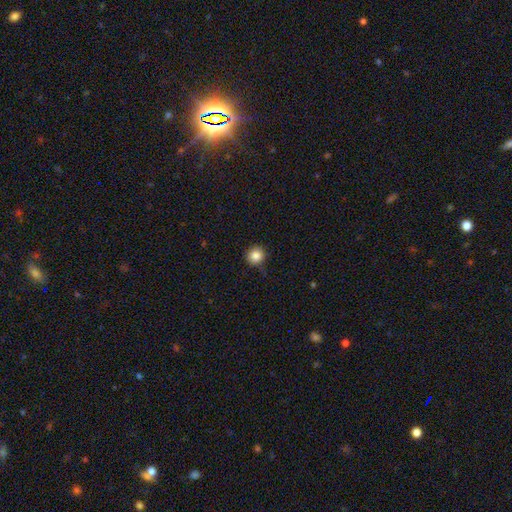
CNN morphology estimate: This is clearly a smooth galaxy (85%). How rounded: clearly round (95%). Merging: clearly none (87%).